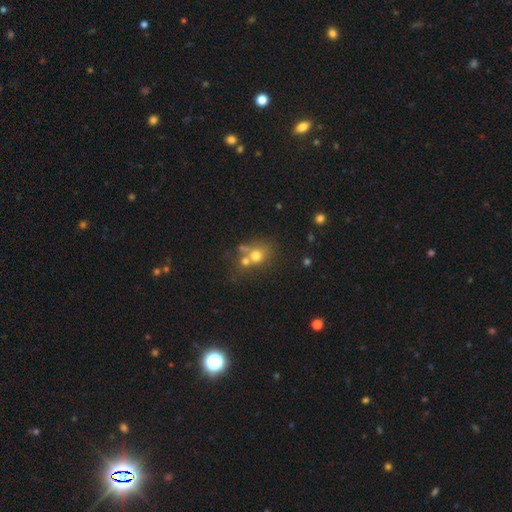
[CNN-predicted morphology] The model was most divided on "merging": merger: 45%, none: 39%, minor disturbance: 10%, major disturbance: 6%. More confident: how rounded — round (71%); smooth or featured — smooth (66%).